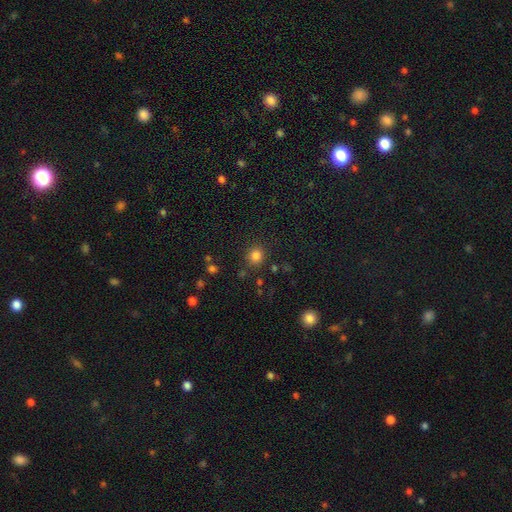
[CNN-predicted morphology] This is clearly a smooth galaxy (82%). How rounded: clearly round (85%). Merging: clearly none (85%).